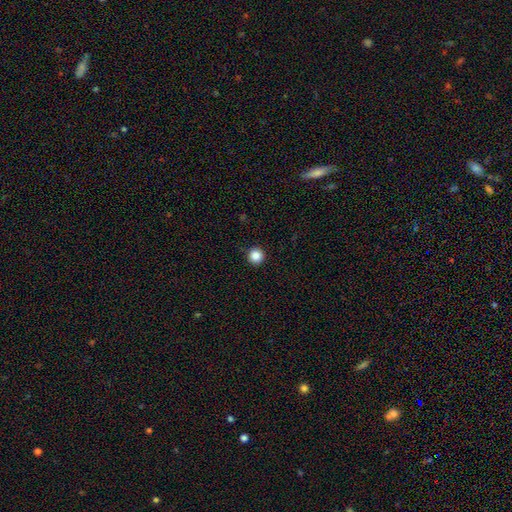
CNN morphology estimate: Smooth or featured? smooth (86%)
How rounded? round (96%)
Merging? none (93%)